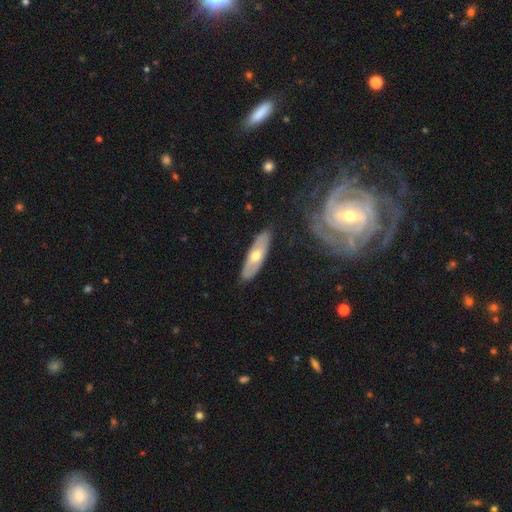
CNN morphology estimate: Smooth or featured? featured or disk (51%)
Edge-on disk? no (58%)
Merging? none (84%)